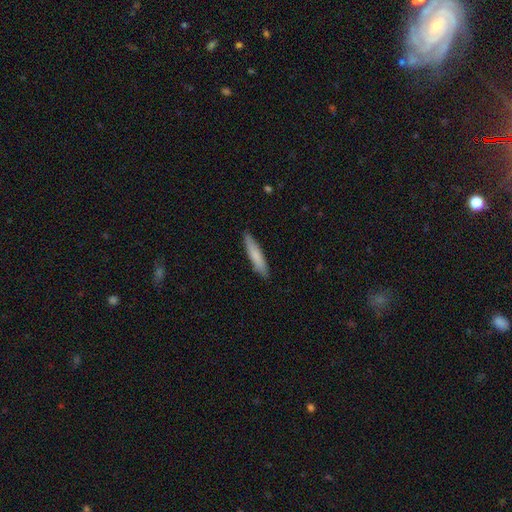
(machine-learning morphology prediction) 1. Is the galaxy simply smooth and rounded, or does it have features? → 78% smooth, 17% featured or disk, 5% star or artifact.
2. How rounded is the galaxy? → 88% cigar-shaped, 10% in between, 1% round.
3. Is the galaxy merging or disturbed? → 88% none, 10% minor disturbance, 2% major disturbance, 1% merger.